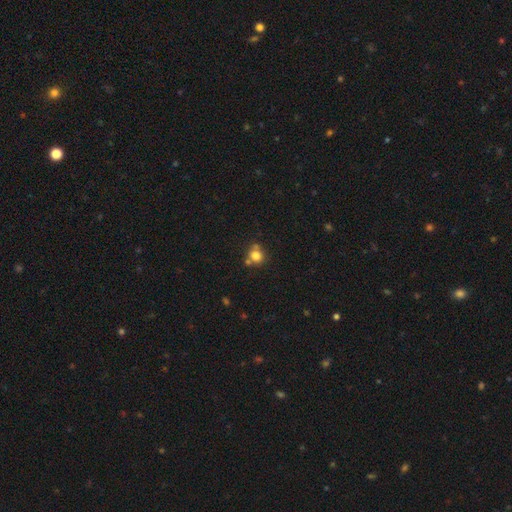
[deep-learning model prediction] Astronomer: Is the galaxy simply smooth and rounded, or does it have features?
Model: smooth — 78%.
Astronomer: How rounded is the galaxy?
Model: round — 85%.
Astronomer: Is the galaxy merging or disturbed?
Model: none — 59%.